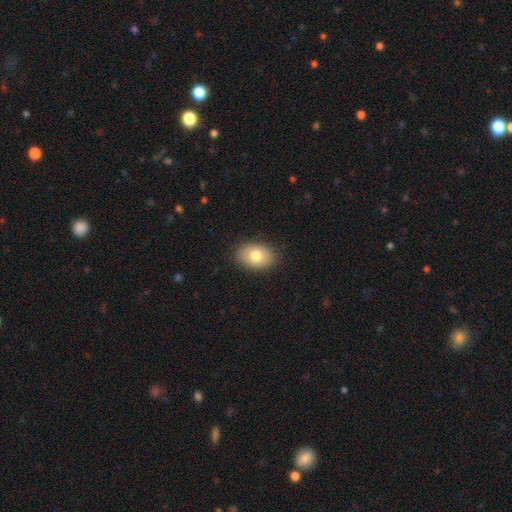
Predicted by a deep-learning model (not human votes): Smooth or featured? smooth (78%)
How rounded? in between (79%)
Merging? none (86%)